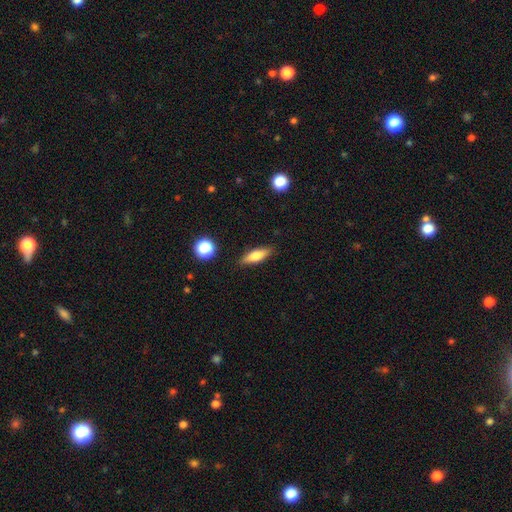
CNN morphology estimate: A smooth galaxy with no disk features (68%) that is cigar-shaped (51%).

Vote fractions:
- Smooth or featured? smooth: 68% / featured or disk: 24% / star or artifact: 8%
- How rounded? cigar-shaped: 51% / in between: 46% / round: 3%
- Merging? none: 87% / minor disturbance: 9% / major disturbance: 2% / merger: 2%